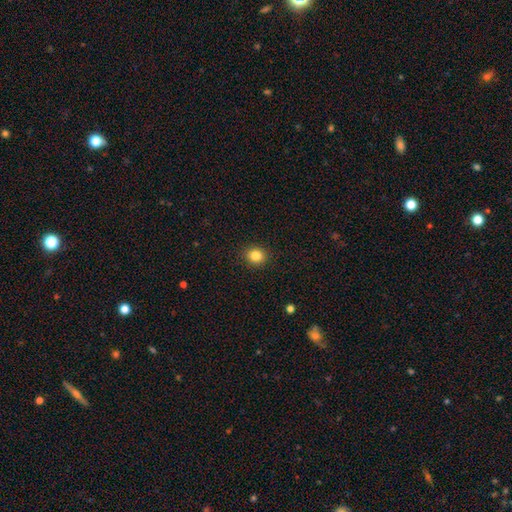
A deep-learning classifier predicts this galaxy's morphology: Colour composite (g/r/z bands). It shows a smooth galaxy with no disk features (84%) that is round (79%). Merging: none (91%).